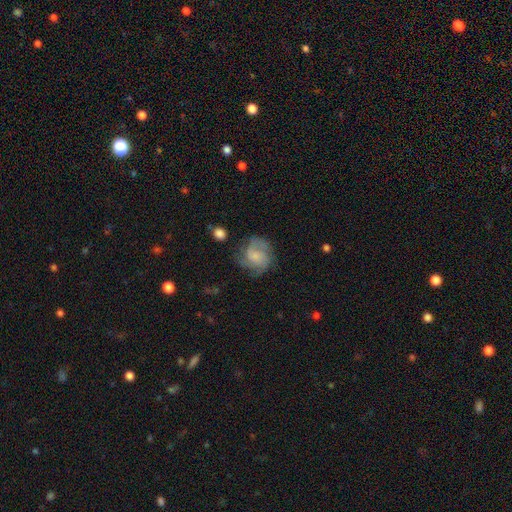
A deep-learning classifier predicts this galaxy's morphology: This is likely a featured or disk galaxy (67%). It is clearly not viewed edge-on (98%). Bar: likely no (68%). Spiral arm pattern: clearly yes (92%). Spiral arm count: marginally 3 (39%). Spiral winding: possibly medium (47%). Central bulge: possibly small (48%). Merging: likely none (65%).